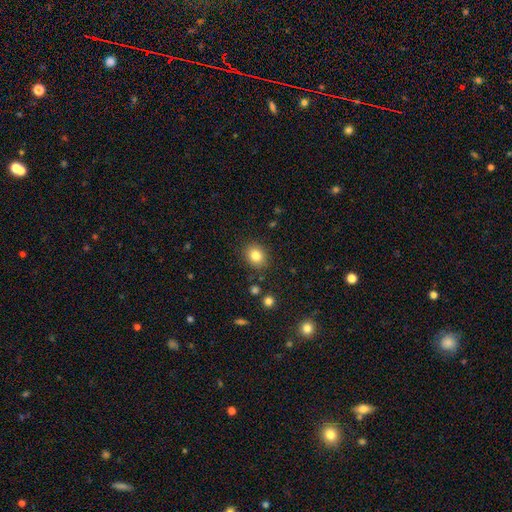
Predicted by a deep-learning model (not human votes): Smooth or featured: smooth — 83% (star or artifact — 10%)
How rounded: round — 63% (in between — 36%)
Merging: none — 86% (minor disturbance — 9%)